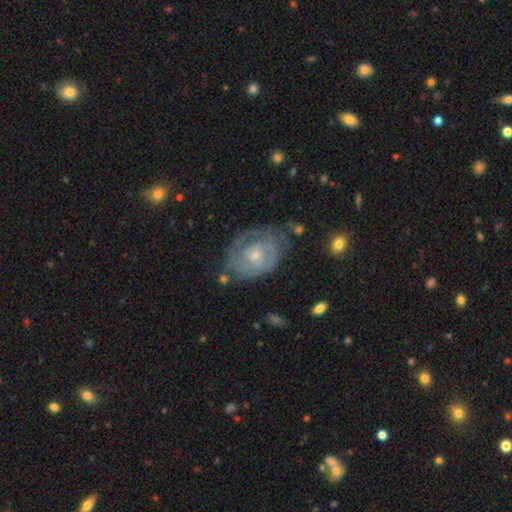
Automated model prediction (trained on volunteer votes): This appears to be a featured or disk galaxy (81%) with no bar (70%), 2 (39%) tight (67%) spiral arms (91%) and a small central bulge (63%). Merging: none (64%).